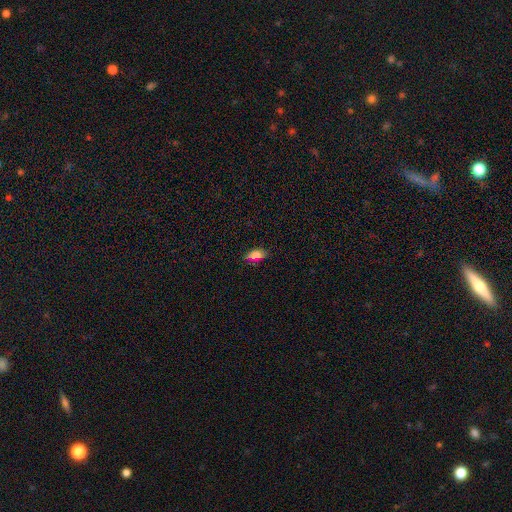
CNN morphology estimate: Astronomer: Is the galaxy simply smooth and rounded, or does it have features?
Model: smooth — 74%.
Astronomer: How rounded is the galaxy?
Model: in between — 84%.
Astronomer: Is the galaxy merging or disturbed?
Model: none — 78%.